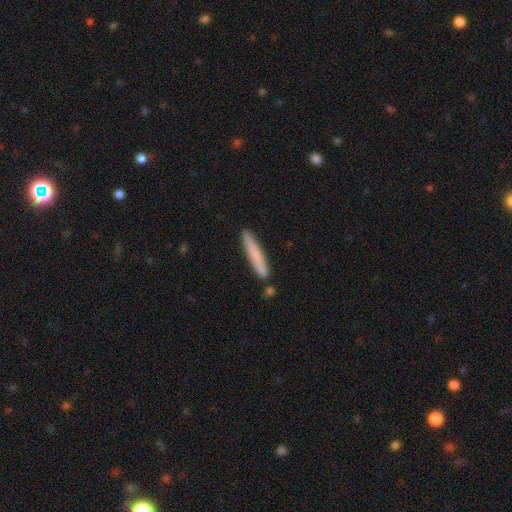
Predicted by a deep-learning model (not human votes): smooth_or_featured: smooth (p=0.75) [alt: featured or disk p=0.19]
how_rounded: cigar-shaped (p=0.95) [alt: in between p=0.04]
merging: none (p=0.83) [alt: minor disturbance p=0.10]